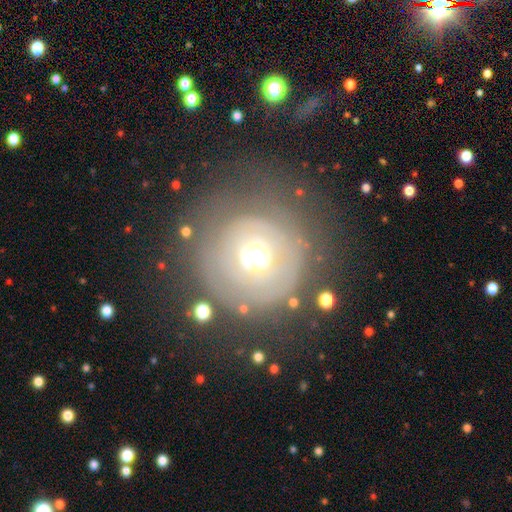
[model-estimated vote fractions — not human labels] Morphology: type=featured or disk (49%); merging=none (71%).